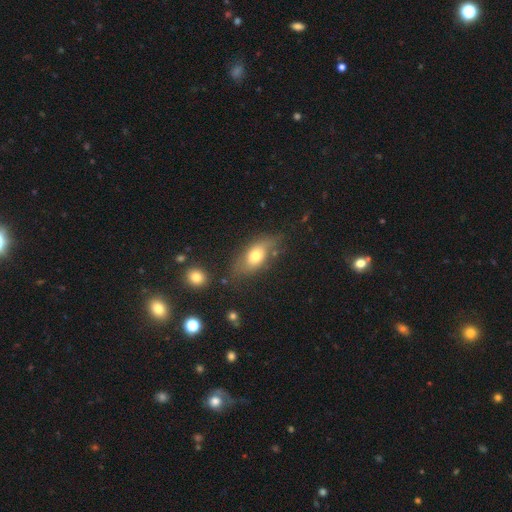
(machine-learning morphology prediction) Smooth or featured: smooth — 66% (featured or disk — 25%)
How rounded: in between — 81% (cigar-shaped — 10%)
Merging: none — 65% (minor disturbance — 22%)